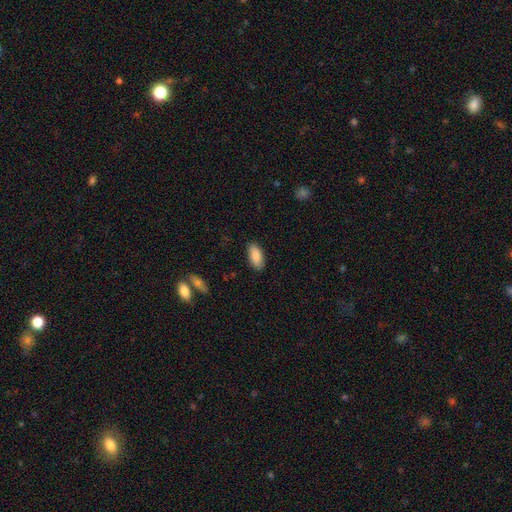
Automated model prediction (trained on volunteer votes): Q: Smooth or featured?
A: smooth (88%); runner-up: star or artifact (6%)
Q: How rounded?
A: in between (88%); runner-up: cigar-shaped (10%)
Q: Merging?
A: none (86%); runner-up: minor disturbance (10%)